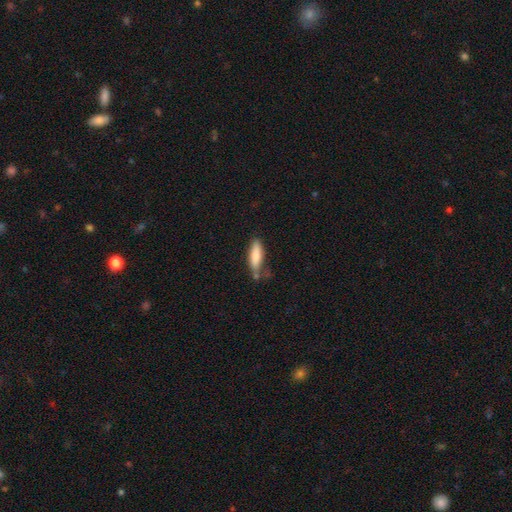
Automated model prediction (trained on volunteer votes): Smooth or featured? Predicted: smooth (p=0.80). How rounded? Predicted: cigar-shaped (p=0.54). Merging? Predicted: none (p=0.53).